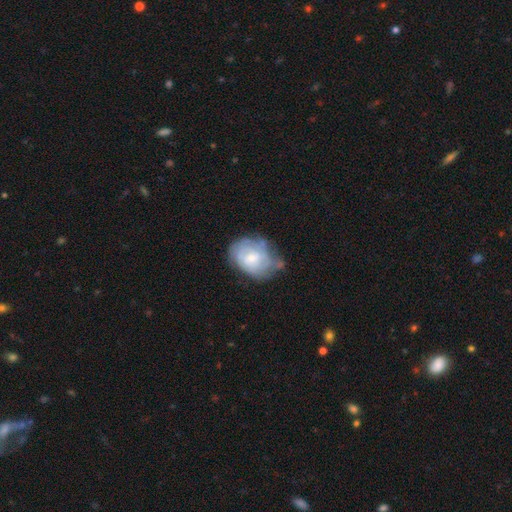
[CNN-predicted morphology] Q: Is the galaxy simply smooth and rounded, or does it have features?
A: featured or disk — 54%.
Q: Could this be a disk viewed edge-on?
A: no — 96%.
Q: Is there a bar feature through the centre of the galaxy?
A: no — 65%.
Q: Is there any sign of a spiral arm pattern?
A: yes — 59%.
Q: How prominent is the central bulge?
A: small — 57%.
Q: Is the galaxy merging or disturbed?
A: none — 49%.